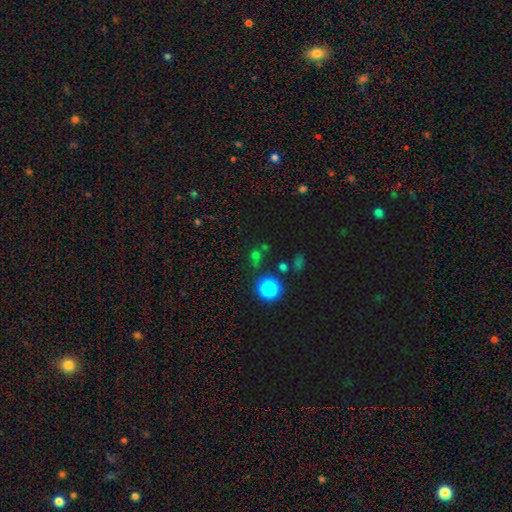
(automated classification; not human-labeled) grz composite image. It shows a smooth galaxy with no disk features (52%) that is round (83%). Merging: none (74%).